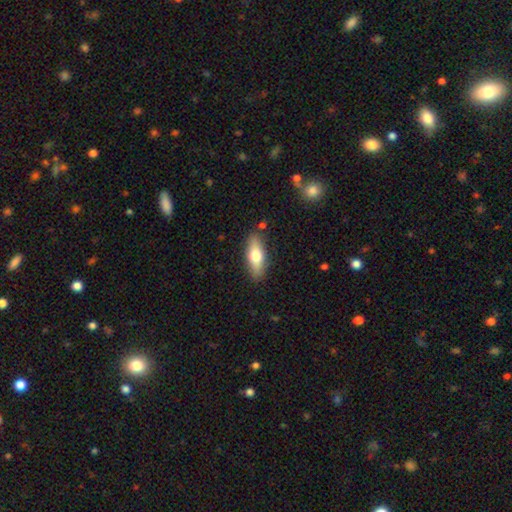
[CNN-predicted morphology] The model was most divided on "how rounded": in between: 60%, cigar-shaped: 37%, round: 3%. More confident: merging — none (86%); smooth or featured — smooth (62%).